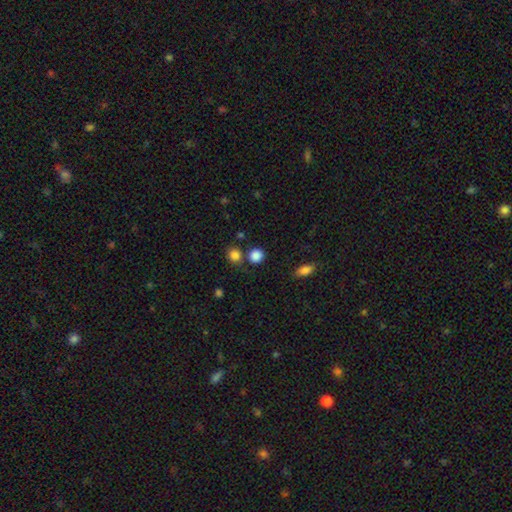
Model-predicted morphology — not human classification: type=smooth (85%); roundness=round (87%); merging=none (75%).